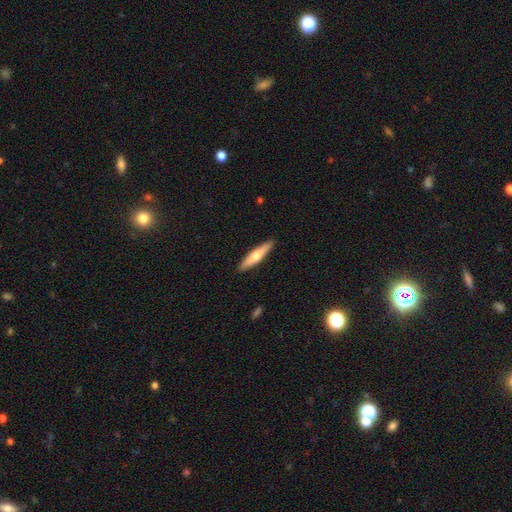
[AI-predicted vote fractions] Smooth or featured? smooth (58%)
How rounded? cigar-shaped (86%)
Merging? none (91%)